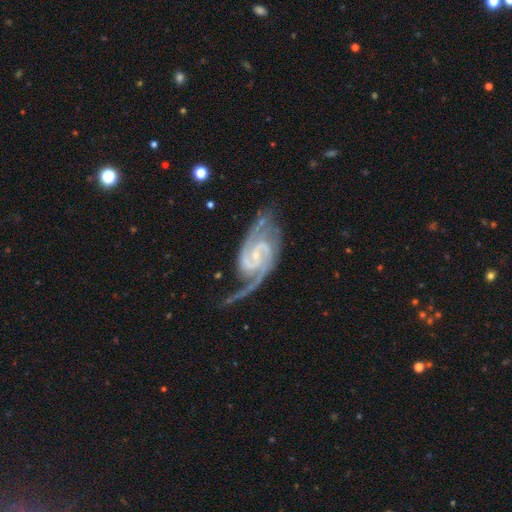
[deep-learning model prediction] smooth_or_featured: featured or disk (p=0.94) [alt: star or artifact p=0.04]
disk_edge_on: no (p=0.98) [alt: yes p=0.02]
bar: weak (p=0.46) [alt: no p=0.33]
has_spiral_arms: yes (p=0.99) [alt: no p=0.01]
spiral_winding: medium (p=0.56) [alt: tight p=0.32]
spiral_arm_count: 2 (p=0.90) [alt: 3 p=0.04]
bulge_size: small (p=0.76) [alt: moderate p=0.15]
merging: none (p=0.68) [alt: minor disturbance p=0.20]